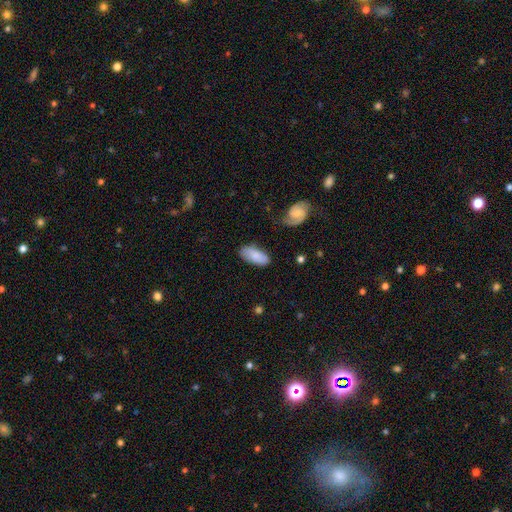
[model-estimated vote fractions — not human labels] The model was most divided on "merging": none: 72%, minor disturbance: 19%, major disturbance: 5%, merger: 3%. More confident: how rounded — in between (87%); smooth or featured — smooth (77%).